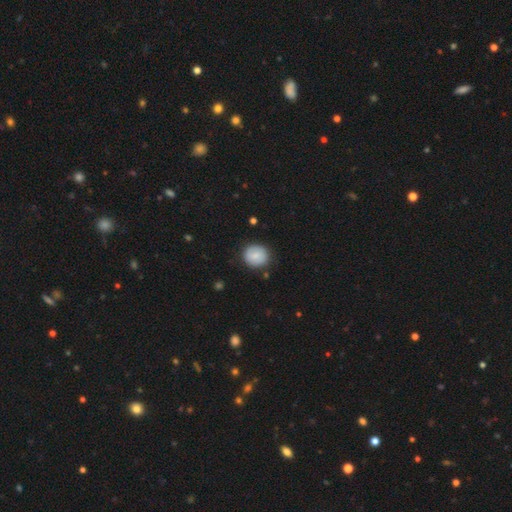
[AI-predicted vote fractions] Overall: smooth (78%). How rounded: round (85%). Merging: none (85%).